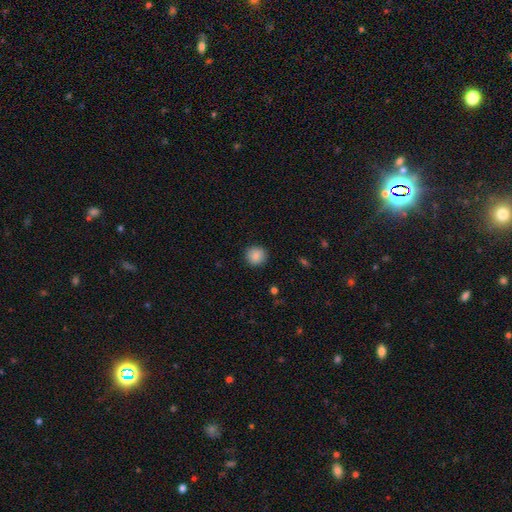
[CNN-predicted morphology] Smooth or featured? smooth (86%)
How rounded? round (92%)
Merging? none (91%)